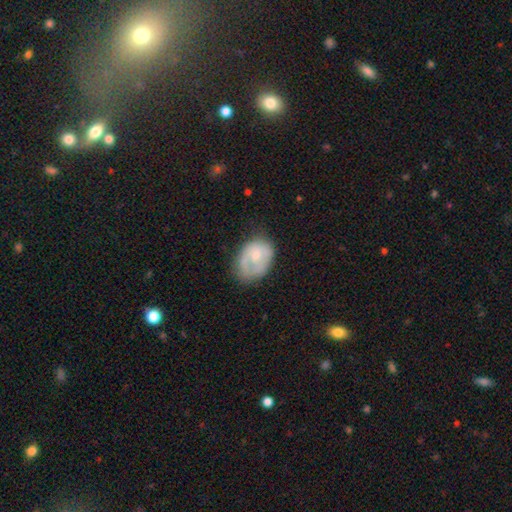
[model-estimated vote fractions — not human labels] Smooth or featured: smooth — 51% (featured or disk — 42%)
How rounded: in between — 68% (round — 31%)
Merging: none — 51% (minor disturbance — 31%)